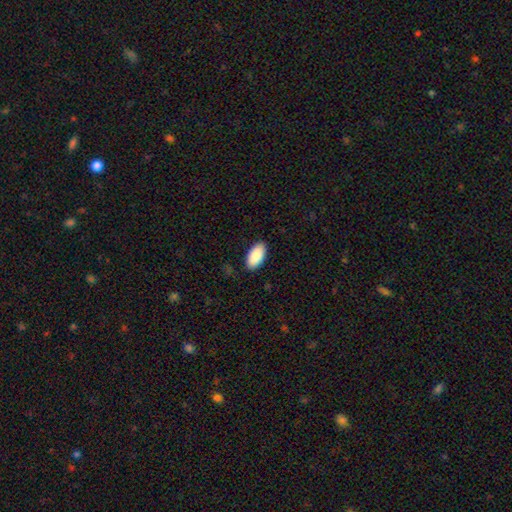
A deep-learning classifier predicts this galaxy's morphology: smooth 90%, star or artifact 6%, featured or disk 4%. Down the decision tree: how rounded — in between (96%); merging — none (88%).